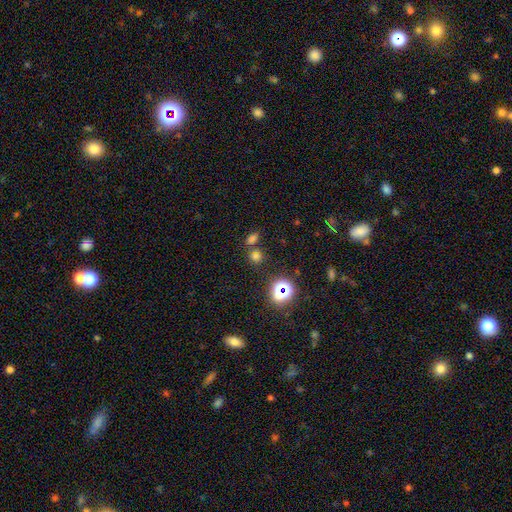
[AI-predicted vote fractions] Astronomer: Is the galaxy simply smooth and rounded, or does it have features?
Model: smooth — 64%.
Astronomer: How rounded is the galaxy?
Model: round — 68%.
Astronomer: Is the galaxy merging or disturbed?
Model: none — 63%.